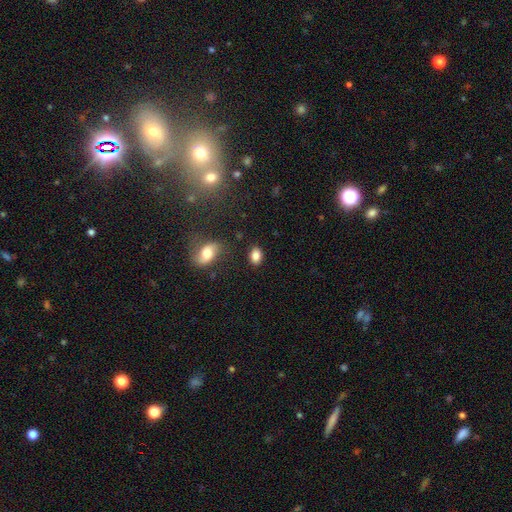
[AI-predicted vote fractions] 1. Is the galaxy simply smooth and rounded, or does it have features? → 84% smooth, 9% star or artifact, 7% featured or disk.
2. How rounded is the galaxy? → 81% in between, 17% round, 2% cigar-shaped.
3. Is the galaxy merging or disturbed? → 83% none, 11% minor disturbance, 3% merger, 3% major disturbance.